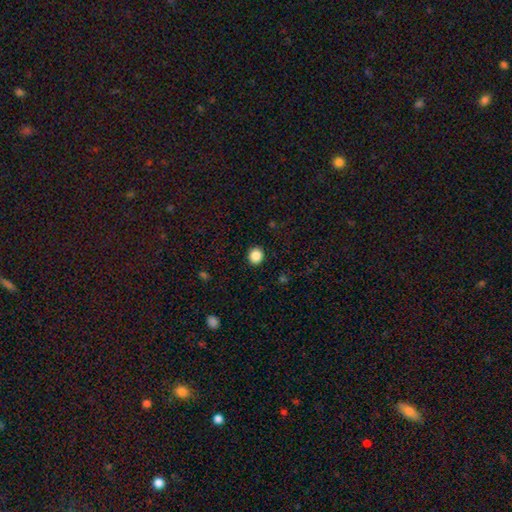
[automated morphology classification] Smooth or featured? Predicted: smooth (p=0.87). How rounded? Predicted: round (p=0.82). Merging? Predicted: none (p=0.91).